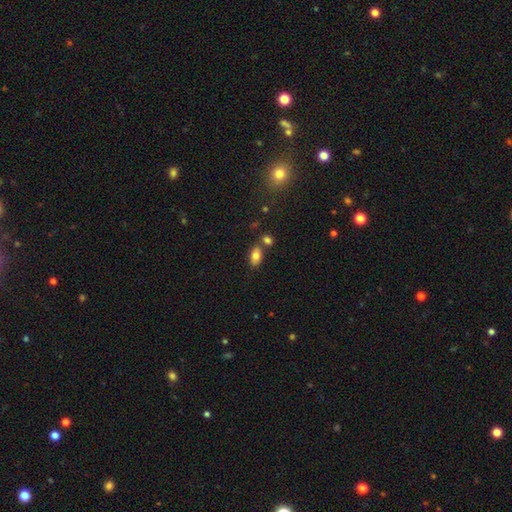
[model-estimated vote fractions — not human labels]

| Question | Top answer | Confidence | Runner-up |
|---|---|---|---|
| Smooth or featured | smooth | 79% | featured or disk (12%) |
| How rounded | in between | 90% | round (7%) |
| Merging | none | 65% | merger (20%) |